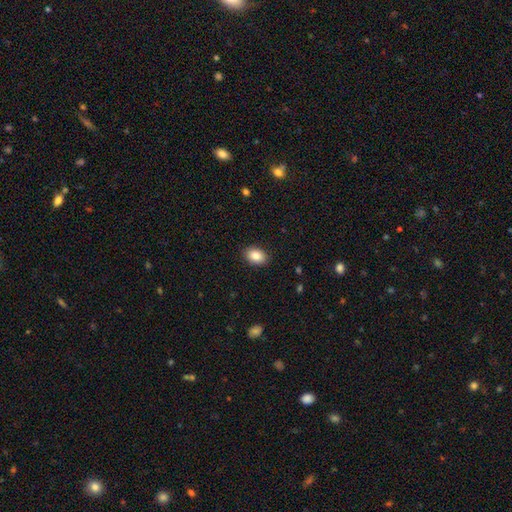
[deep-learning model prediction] Overall: smooth (87%). How rounded: in between (82%). Merging: none (89%).